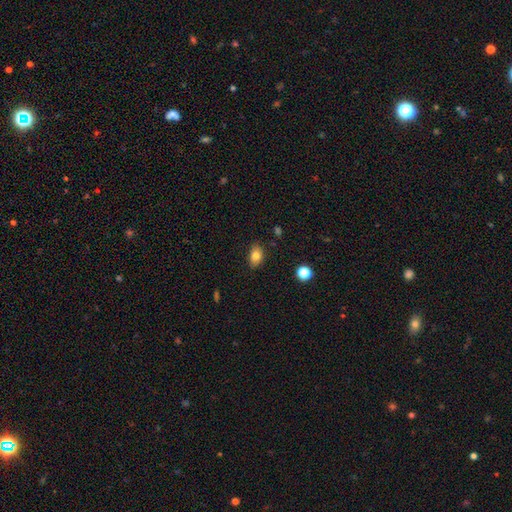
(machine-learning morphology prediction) A smooth galaxy with no disk features (80%) that is in between round and cigar-shaped (83%).

Vote fractions:
- Smooth or featured? smooth: 80% / featured or disk: 10% / star or artifact: 10%
- How rounded? in between: 83% / round: 15% / cigar-shaped: 2%
- Merging? none: 84% / minor disturbance: 12% / major disturbance: 2% / merger: 1%